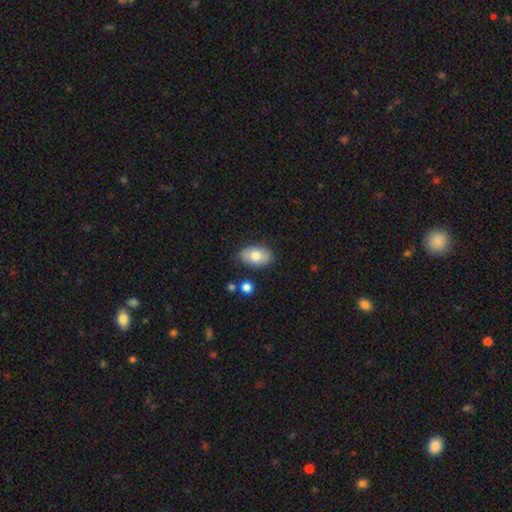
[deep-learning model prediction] smooth-or-featured: smooth: 75% | featured or disk: 18% | star or artifact: 7%
  how-rounded: in between: 91% | round: 7% | cigar-shaped: 1%
  merging: none: 83% | minor disturbance: 12% | merger: 3% | major disturbance: 2%